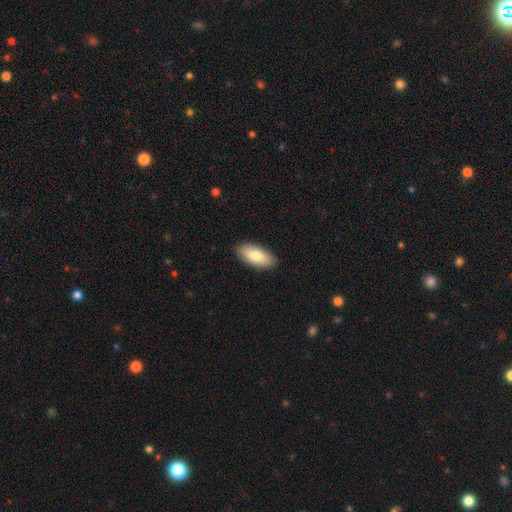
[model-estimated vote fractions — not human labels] Smooth or featured?
  - smooth: 81% *
  - featured or disk: 13%
  - star or artifact: 6%
How rounded?
  - in between: 87% *
  - cigar-shaped: 10%
  - round: 2%
Merging?
  - none: 89% *
  - minor disturbance: 8%
  - major disturbance: 2%
  - merger: 1%